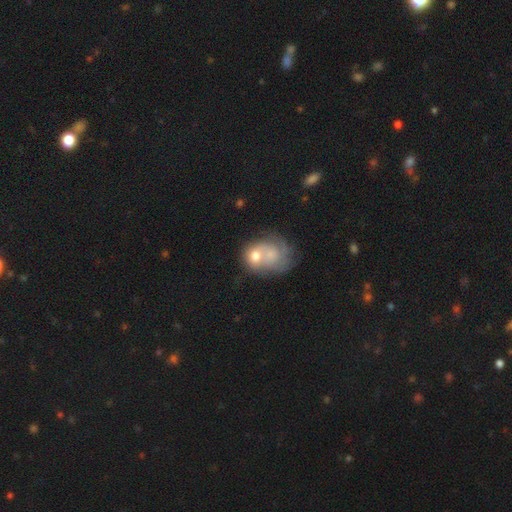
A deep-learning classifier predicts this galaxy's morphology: smooth 55%, featured or disk 37%, star or artifact 8%. Down the decision tree: how rounded — round (55%); merging — merger (61%).